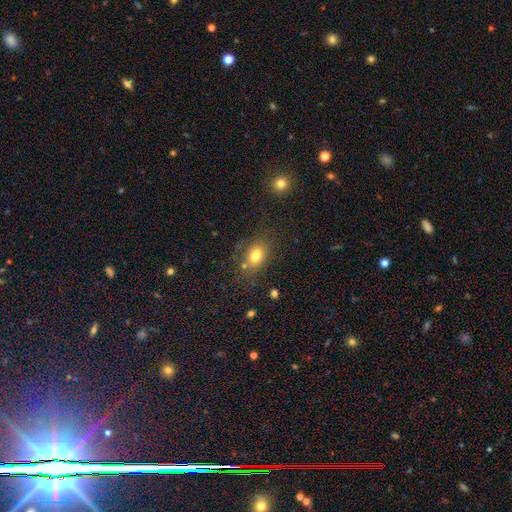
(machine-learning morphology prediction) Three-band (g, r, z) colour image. It shows a smooth galaxy with no disk features (77%) that is in between round and cigar-shaped (73%). Merging: none (74%).